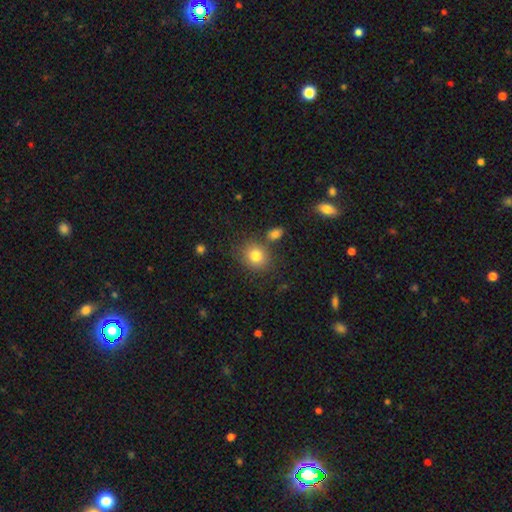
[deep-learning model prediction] This is clearly a smooth galaxy (80%). How rounded: likely round (74%). Merging: likely none (74%).